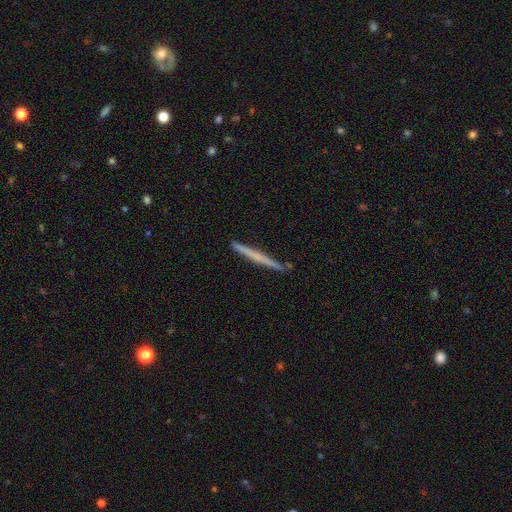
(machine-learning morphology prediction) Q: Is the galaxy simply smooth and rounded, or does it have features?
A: featured or disk — 54%.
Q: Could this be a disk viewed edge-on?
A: yes — 98%.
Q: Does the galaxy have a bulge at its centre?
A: none — 74%.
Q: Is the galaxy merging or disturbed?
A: none — 90%.